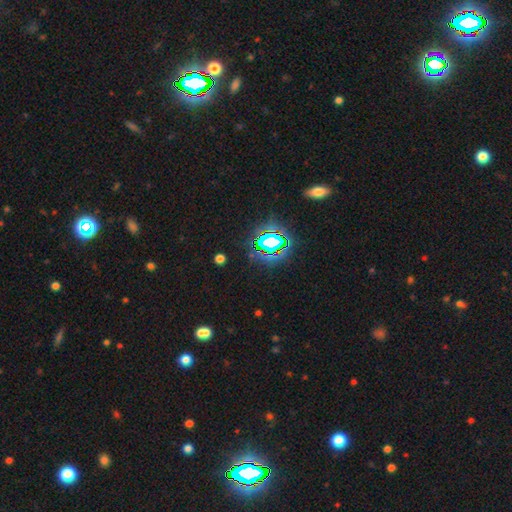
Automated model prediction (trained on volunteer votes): smooth_or_featured: star or artifact (p=0.77) [alt: smooth p=0.14]